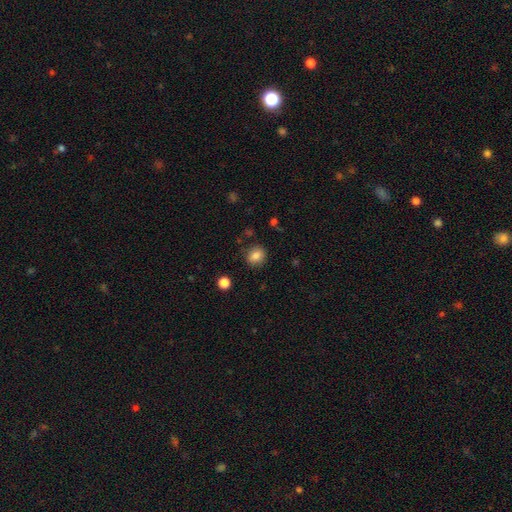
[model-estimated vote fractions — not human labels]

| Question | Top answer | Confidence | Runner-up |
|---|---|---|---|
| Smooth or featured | smooth | 84% | star or artifact (10%) |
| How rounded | round | 71% | in between (28%) |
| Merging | none | 85% | minor disturbance (10%) |